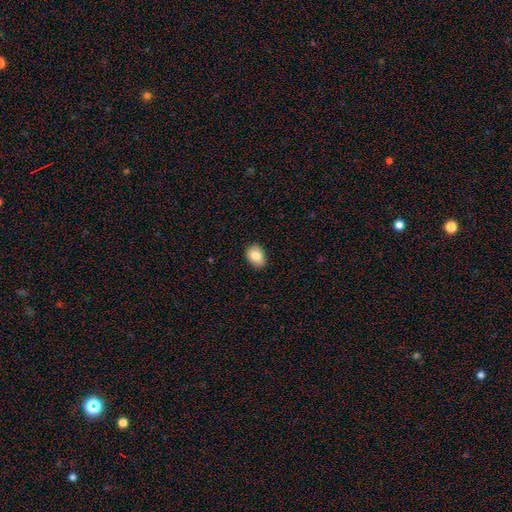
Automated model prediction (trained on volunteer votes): This is clearly a smooth galaxy (84%). How rounded: likely in between (73%). Merging: clearly none (83%).